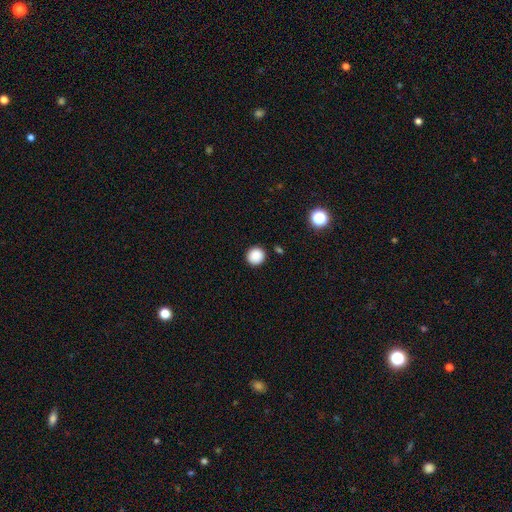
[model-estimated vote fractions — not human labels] Smooth or featured: smooth — 88% (star or artifact — 9%)
How rounded: round — 94% (in between — 5%)
Merging: none — 91% (minor disturbance — 6%)